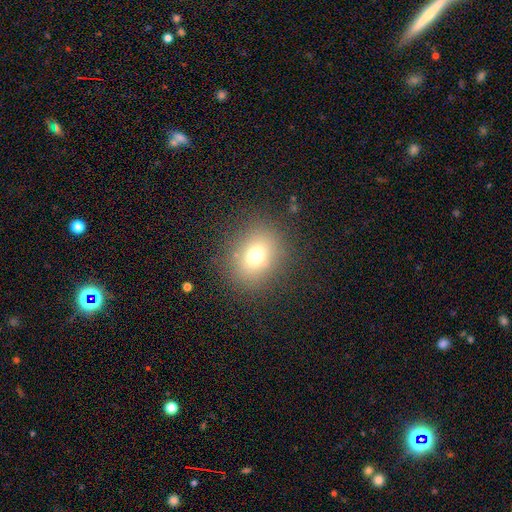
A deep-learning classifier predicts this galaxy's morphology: smooth-or-featured: smooth: 71% | star or artifact: 16% | featured or disk: 13%
  how-rounded: round: 61% | in between: 38% | cigar-shaped: 1%
  merging: none: 84% | minor disturbance: 10% | major disturbance: 5% | merger: 1%